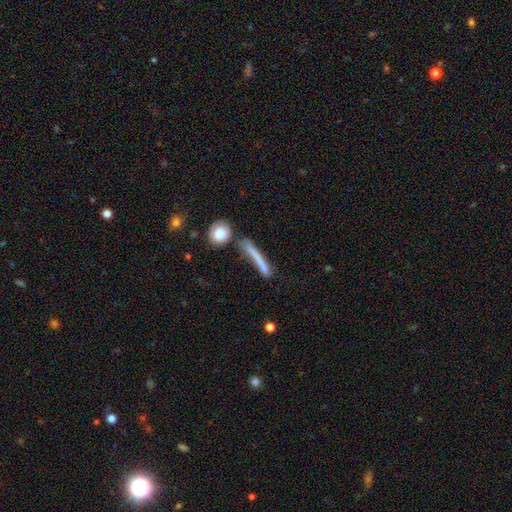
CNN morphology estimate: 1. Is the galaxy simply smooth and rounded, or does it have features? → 63% smooth, 28% featured or disk, 9% star or artifact.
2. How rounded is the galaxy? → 90% cigar-shaped, 6% in between, 4% round.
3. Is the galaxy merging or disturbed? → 62% none, 17% minor disturbance, 12% merger, 8% major disturbance.